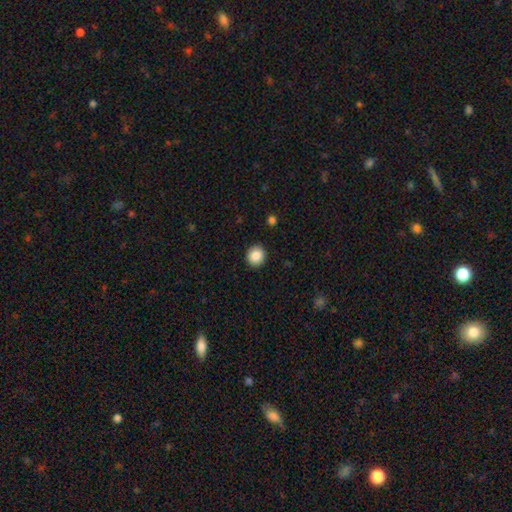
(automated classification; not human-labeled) Smooth or featured?
  - smooth: 86% *
  - star or artifact: 9%
  - featured or disk: 5%
How rounded?
  - round: 78% *
  - in between: 21%
  - cigar-shaped: 1%
Merging?
  - none: 91% *
  - minor disturbance: 7%
  - major disturbance: 2%
  - merger: 1%